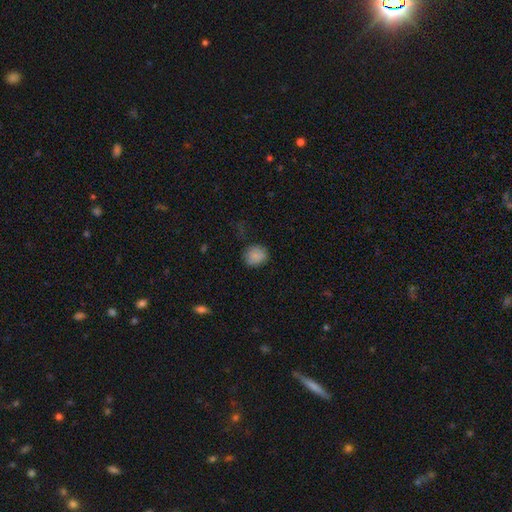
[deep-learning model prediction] This appears to be a smooth galaxy with no disk features (85%) that is round (76%). Merging: none (79%).